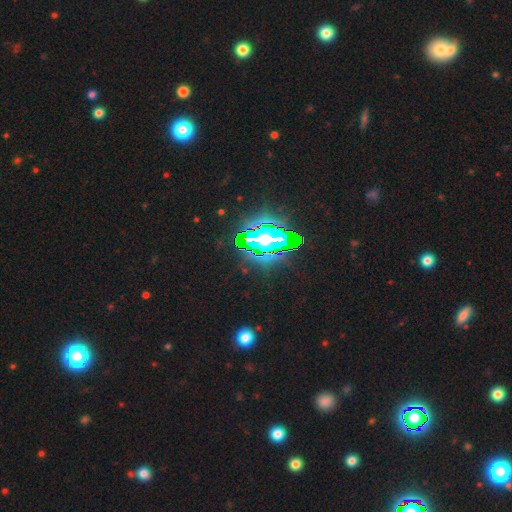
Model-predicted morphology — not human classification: Q: Smooth or featured?
A: star or artifact (83%); runner-up: smooth (10%)